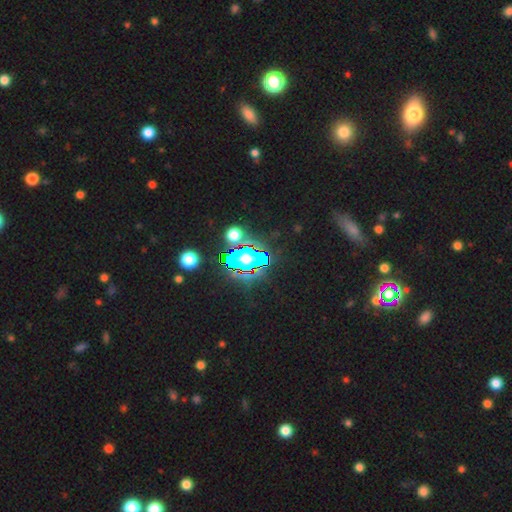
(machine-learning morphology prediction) star or artifact 76%, smooth 14%, featured or disk 9%.